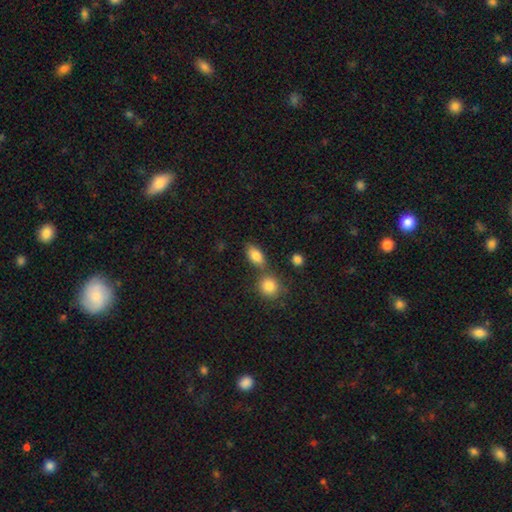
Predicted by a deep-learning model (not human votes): The model was most divided on "merging": none: 61%, merger: 22%, minor disturbance: 13%, major disturbance: 4%. More confident: how rounded — in between (85%); smooth or featured — smooth (83%).